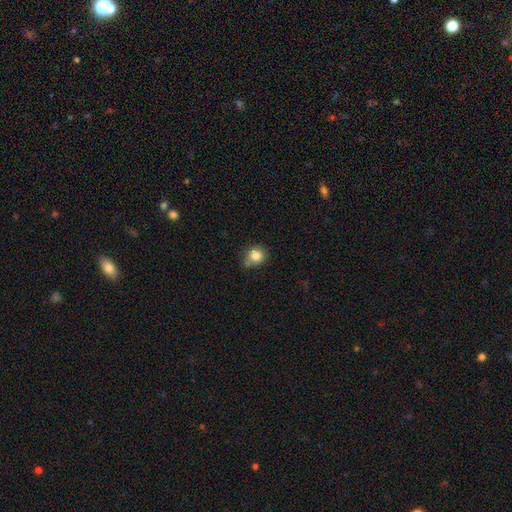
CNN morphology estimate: Q: Smooth or featured?
A: smooth (83%); runner-up: star or artifact (10%)
Q: How rounded?
A: round (84%); runner-up: in between (15%)
Q: Merging?
A: none (65%); runner-up: minor disturbance (20%)